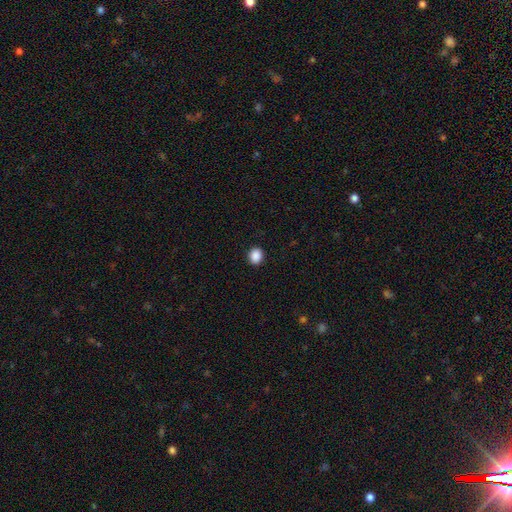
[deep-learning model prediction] Morphology: type=smooth (89%); roundness=round (67%); merging=none (92%).